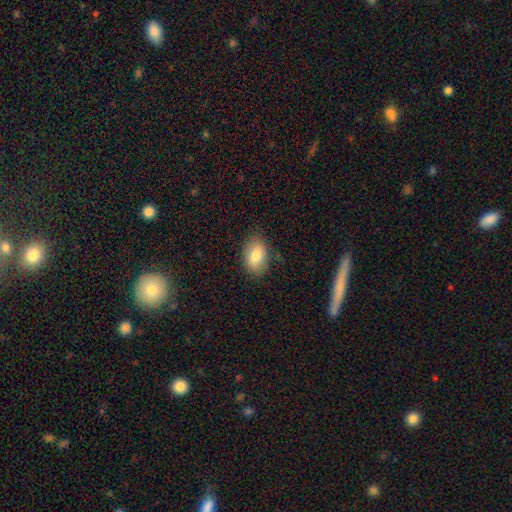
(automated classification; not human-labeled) smooth_or_featured: smooth (p=0.79) [alt: featured or disk p=0.13]
how_rounded: in between (p=0.84) [alt: round p=0.14]
merging: none (p=0.83) [alt: minor disturbance p=0.12]